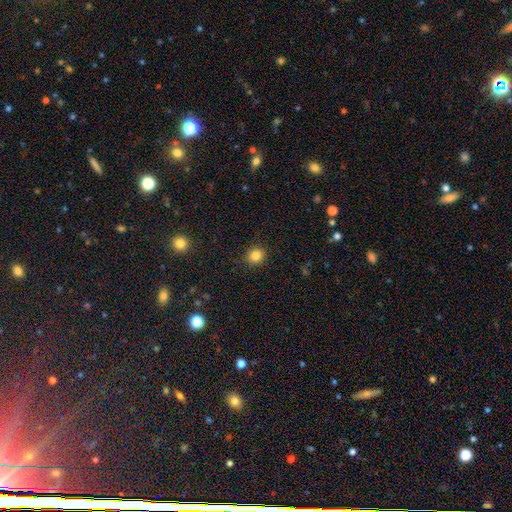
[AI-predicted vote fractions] smooth-or-featured: smooth: 84% | star or artifact: 11% | featured or disk: 4%
  how-rounded: round: 83% | in between: 16% | cigar-shaped: 1%
  merging: none: 89% | minor disturbance: 7% | major disturbance: 2% | merger: 1%